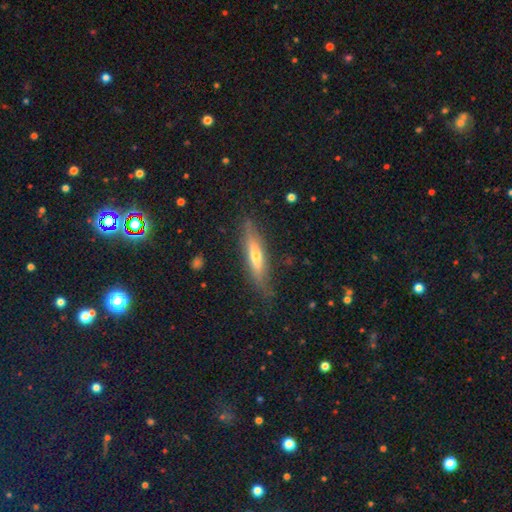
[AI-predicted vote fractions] smooth-or-featured: featured or disk: 51% | smooth: 42% | star or artifact: 7%
  disk-edge-on: yes: 84% | no: 16%
  merging: none: 80% | minor disturbance: 15% | major disturbance: 4% | merger: 1%